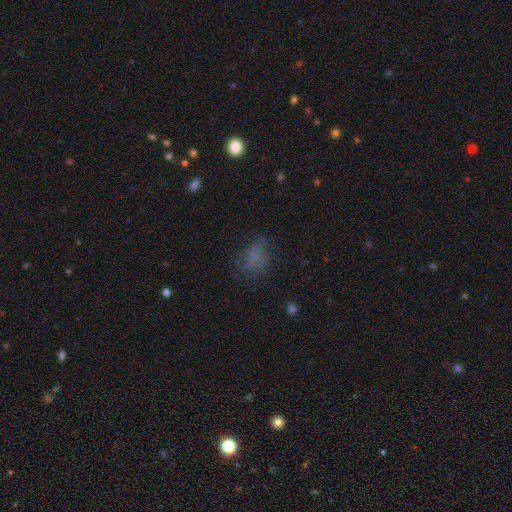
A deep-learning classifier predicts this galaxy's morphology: smooth-or-featured: smooth: 65% | star or artifact: 21% | featured or disk: 14%
  how-rounded: in between: 62% | round: 36% | cigar-shaped: 2%
  merging: none: 58% | minor disturbance: 22% | major disturbance: 18% | merger: 2%